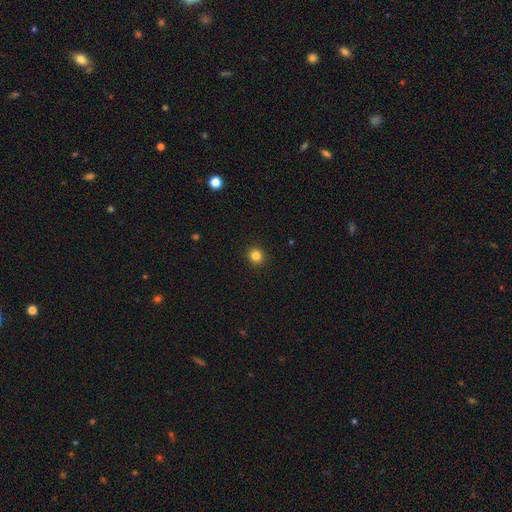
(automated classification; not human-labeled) Smooth or featured?
  - smooth: 84% *
  - star or artifact: 12%
  - featured or disk: 4%
How rounded?
  - round: 88% *
  - in between: 11%
  - cigar-shaped: 1%
Merging?
  - none: 93% *
  - minor disturbance: 5%
  - major disturbance: 2%
  - merger: 1%